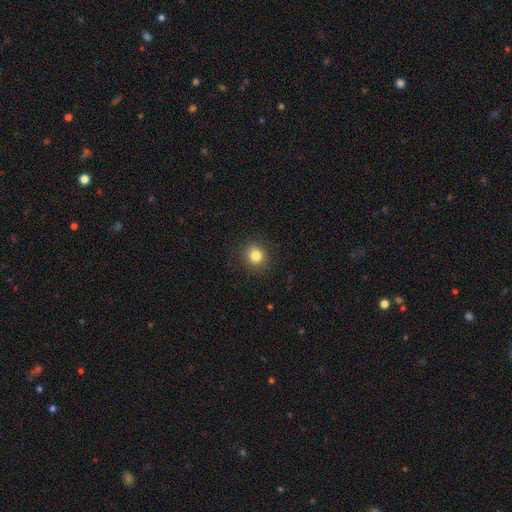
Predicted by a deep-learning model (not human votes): smooth_or_featured: smooth (p=0.83) [alt: star or artifact p=0.11]
how_rounded: round (p=0.83) [alt: in between p=0.16]
merging: none (p=0.89) [alt: minor disturbance p=0.08]